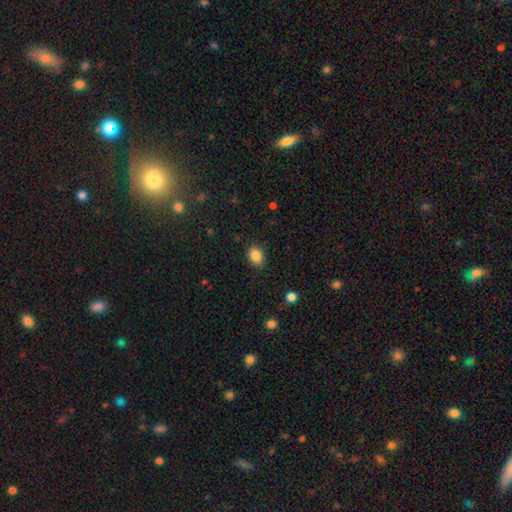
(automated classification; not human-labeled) A smooth galaxy with no disk features (86%) that is in between round and cigar-shaped (73%).

Vote fractions:
- Smooth or featured? smooth: 86% / star or artifact: 9% / featured or disk: 5%
- How rounded? in between: 73% / round: 26% / cigar-shaped: 1%
- Merging? none: 86% / minor disturbance: 11% / major disturbance: 3% / merger: 1%